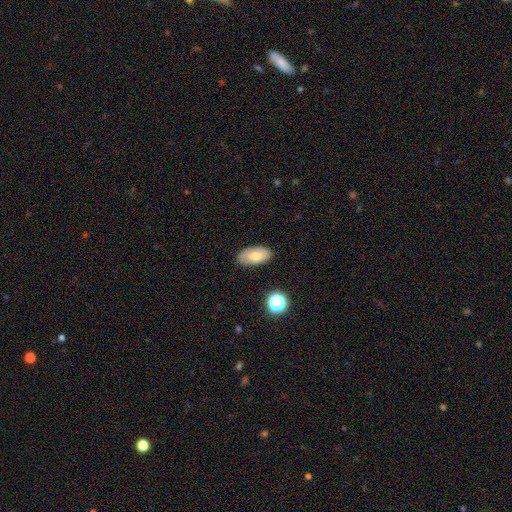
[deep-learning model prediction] Smooth or featured? smooth (73%)
How rounded? in between (93%)
Merging? none (81%)